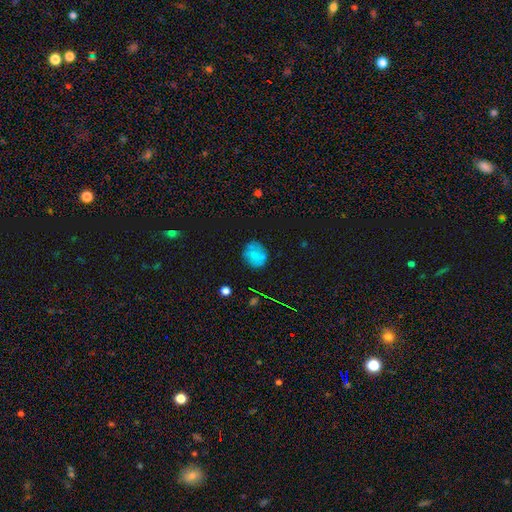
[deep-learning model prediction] Overall: smooth (71%). How rounded: round (78%). Merging: none (73%).